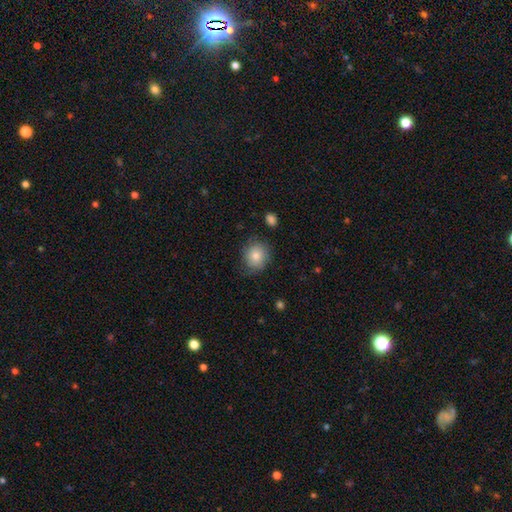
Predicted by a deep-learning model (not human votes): Smooth or featured? Predicted: smooth (p=0.81). How rounded? Predicted: round (p=0.80). Merging? Predicted: none (p=0.74).